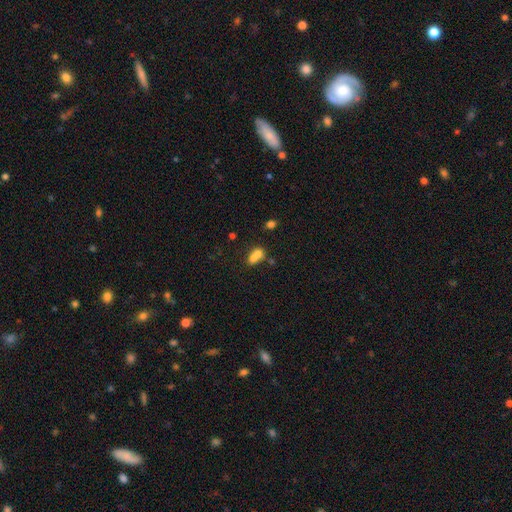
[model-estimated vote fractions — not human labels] smooth 69%, featured or disk 18%, star or artifact 12%. Down the decision tree: how rounded — in between (60%); merging — merger (63%).